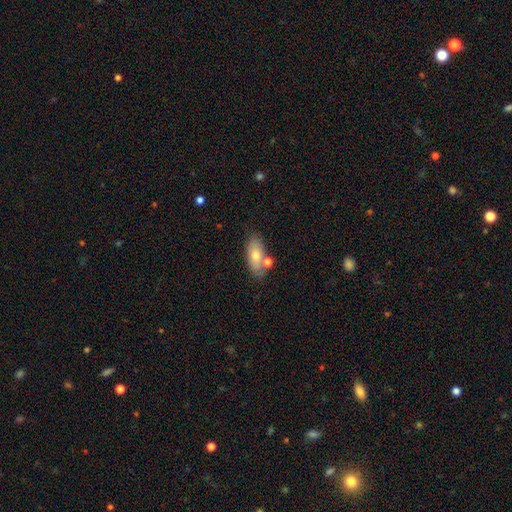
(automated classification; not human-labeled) smooth 69%, featured or disk 23%, star or artifact 8%. Down the decision tree: how rounded — in between (81%); merging — none (70%).